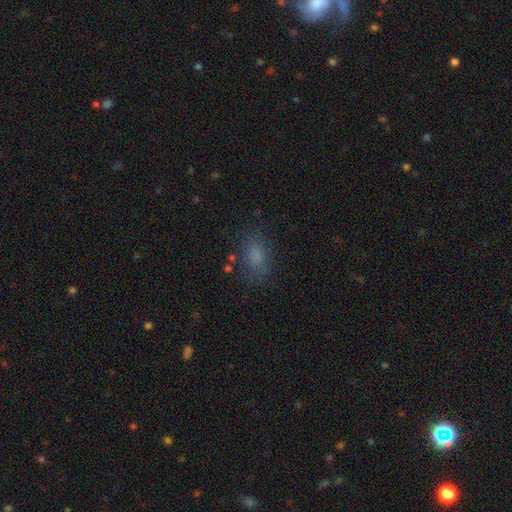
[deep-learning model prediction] Smooth or featured?
  - smooth: 71% *
  - star or artifact: 19%
  - featured or disk: 10%
How rounded?
  - in between: 81% *
  - round: 14%
  - cigar-shaped: 4%
Merging?
  - none: 77% *
  - minor disturbance: 14%
  - major disturbance: 7%
  - merger: 2%